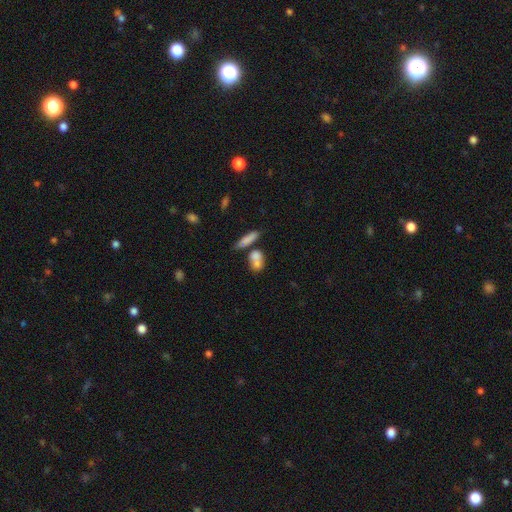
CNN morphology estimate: Smooth or featured?
  - smooth: 76% *
  - featured or disk: 15%
  - star or artifact: 9%
How rounded?
  - in between: 64% *
  - round: 24%
  - cigar-shaped: 12%
Merging?
  - merger: 45% *
  - none: 37%
  - minor disturbance: 12%
  - major disturbance: 6%